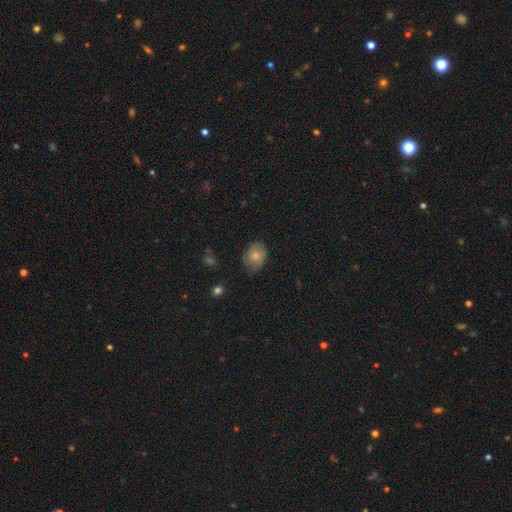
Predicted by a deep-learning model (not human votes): smooth_or_featured: smooth (p=0.76) [alt: featured or disk p=0.16]
how_rounded: in between (p=0.55) [alt: round p=0.44]
merging: none (p=0.69) [alt: minor disturbance p=0.24]